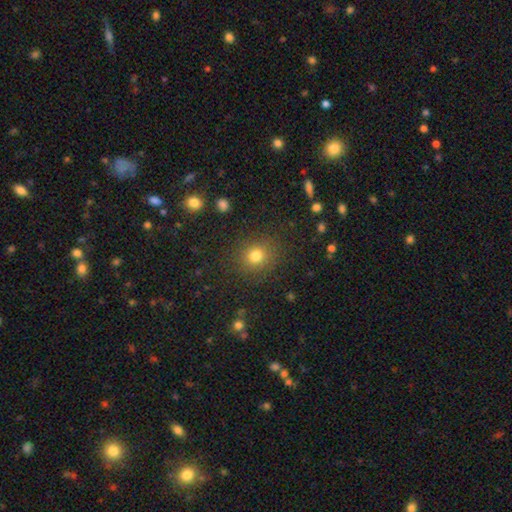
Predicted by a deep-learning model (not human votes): smooth 78%, star or artifact 15%, featured or disk 7%. Down the decision tree: how rounded — round (82%); merging — none (86%).